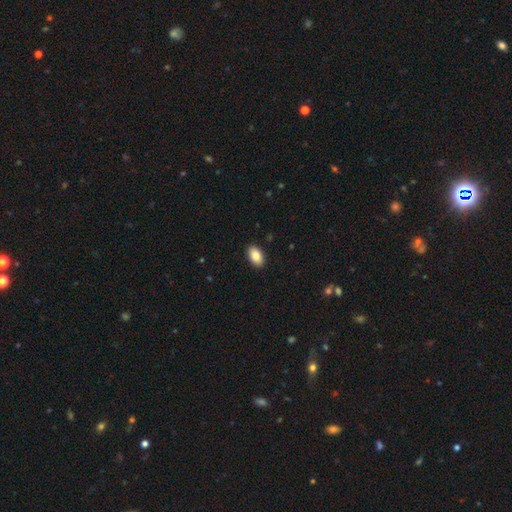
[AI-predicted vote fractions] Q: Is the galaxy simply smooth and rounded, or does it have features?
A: smooth — 86%.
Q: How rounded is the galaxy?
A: in between — 93%.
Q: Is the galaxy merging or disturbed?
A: none — 90%.